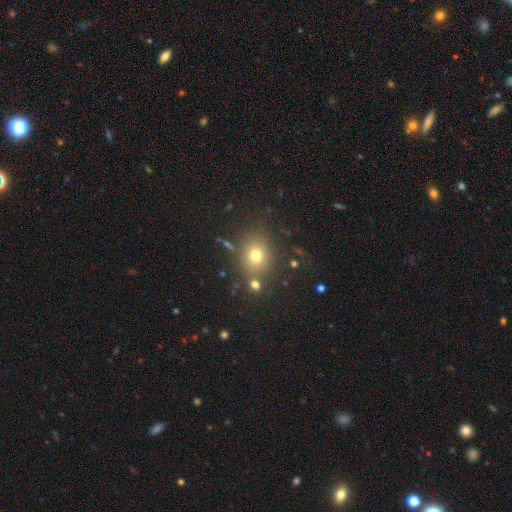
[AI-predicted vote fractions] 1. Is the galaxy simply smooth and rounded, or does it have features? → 71% smooth, 18% star or artifact, 11% featured or disk.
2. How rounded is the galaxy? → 65% round, 34% in between, 1% cigar-shaped.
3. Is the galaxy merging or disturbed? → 78% none, 11% minor disturbance, 7% merger, 4% major disturbance.